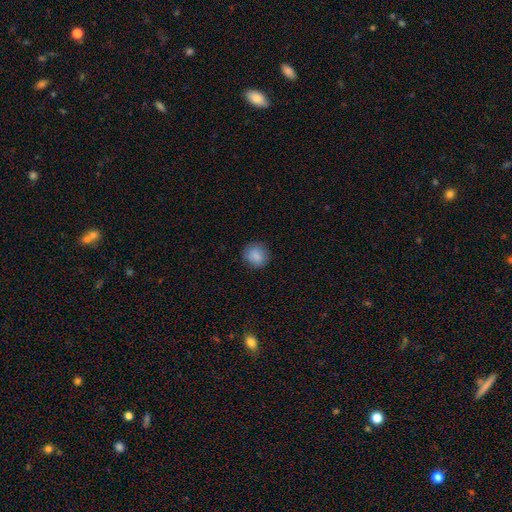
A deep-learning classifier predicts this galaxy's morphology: The model was most divided on "how rounded": round: 84%, in between: 16%, cigar-shaped: 1%. More confident: smooth or featured — smooth (87%); merging — none (87%).